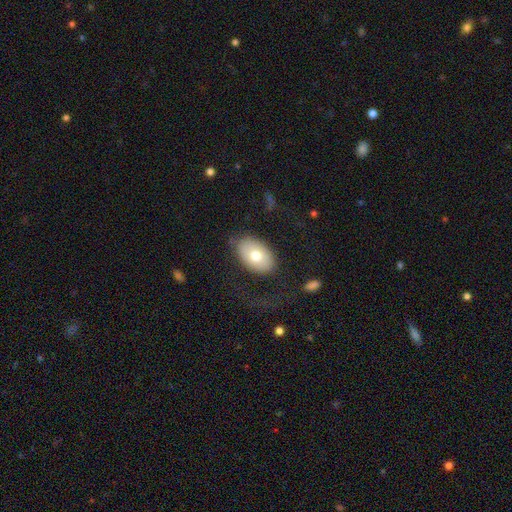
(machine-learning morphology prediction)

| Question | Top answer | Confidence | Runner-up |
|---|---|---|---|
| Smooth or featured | smooth | 72% | featured or disk (21%) |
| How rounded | in between | 91% | round (8%) |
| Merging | none | 72% | minor disturbance (14%) |